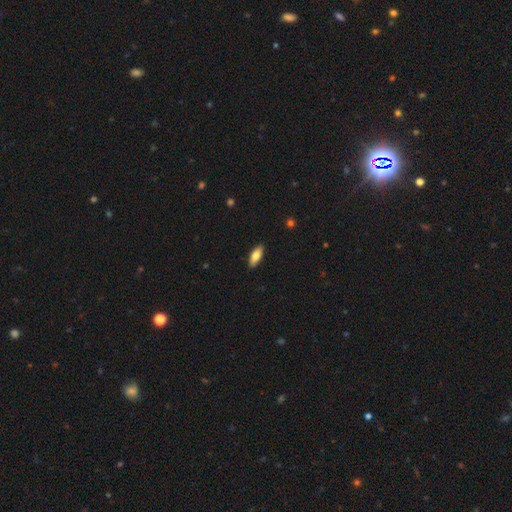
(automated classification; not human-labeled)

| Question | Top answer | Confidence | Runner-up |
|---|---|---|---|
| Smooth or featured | smooth | 78% | featured or disk (16%) |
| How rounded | in between | 74% | cigar-shaped (24%) |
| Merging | none | 88% | minor disturbance (9%) |